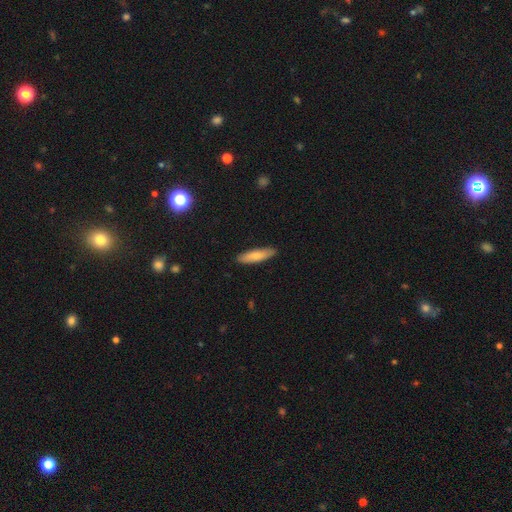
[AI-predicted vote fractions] A smooth galaxy with no disk features (77%) that is cigar-shaped (69%). Merging: none (89%).